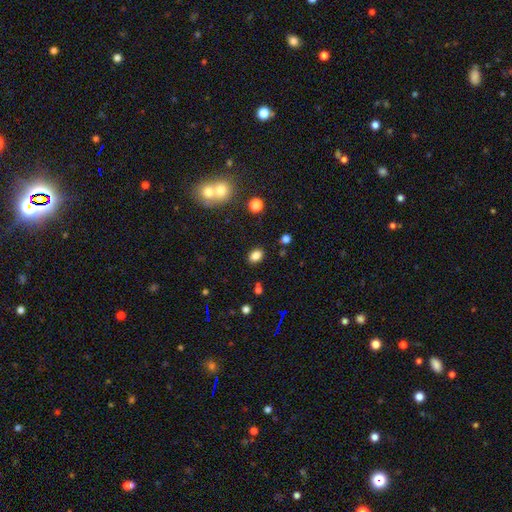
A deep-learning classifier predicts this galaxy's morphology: This appears to be a smooth galaxy with no disk features (83%) that is in between round and cigar-shaped (74%). Merging: none (86%).